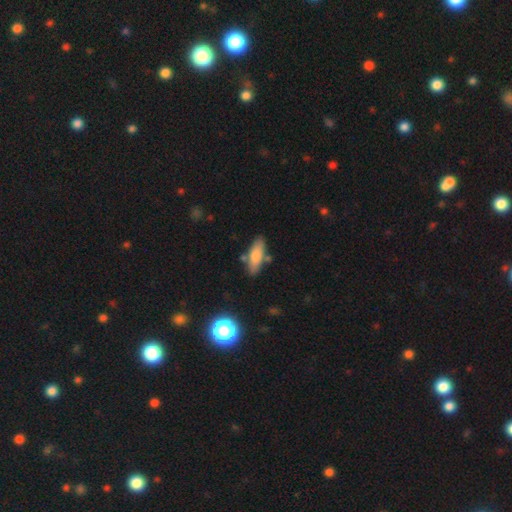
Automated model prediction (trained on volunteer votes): This is likely a smooth galaxy (75%). How rounded: likely in between (63%). Merging: likely none (76%).